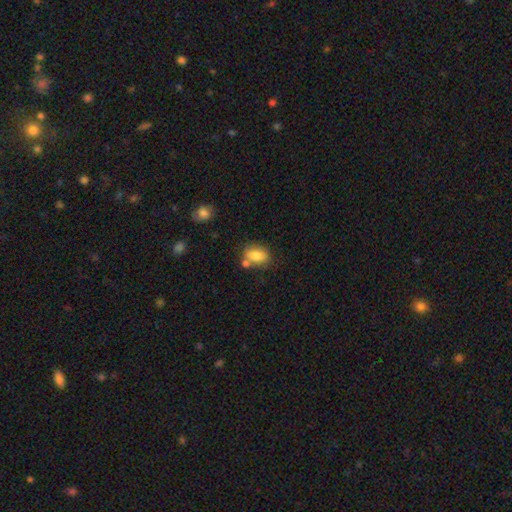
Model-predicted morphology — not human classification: smooth 79%, featured or disk 13%, star or artifact 8%. Down the decision tree: how rounded — in between (79%); merging — none (55%).